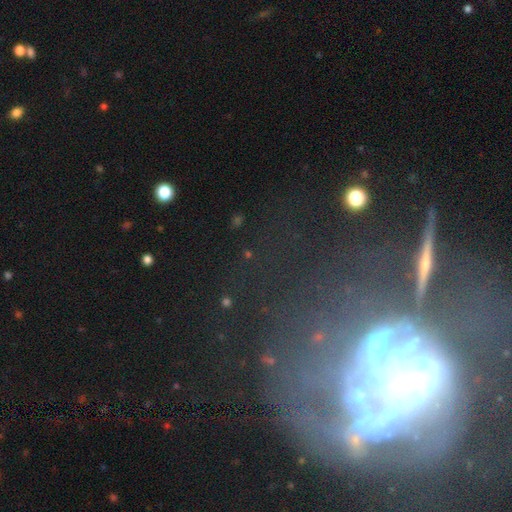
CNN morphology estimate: This is possibly a featured or disk galaxy (52%). It is likely not viewed edge-on (79%). Merging: marginally none (44%).